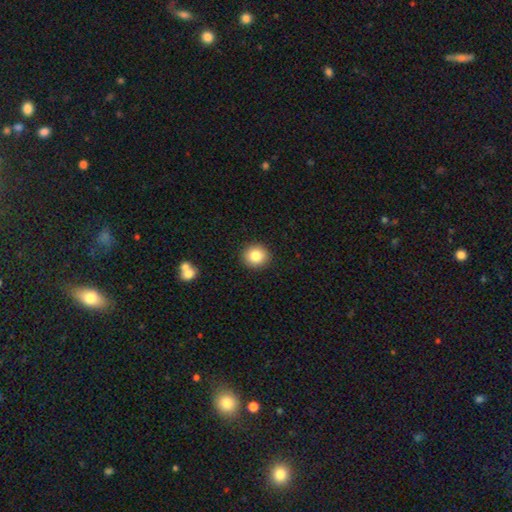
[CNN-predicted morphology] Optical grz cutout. It shows a smooth galaxy with no disk features (83%) that is round (87%). Merging: none (92%).